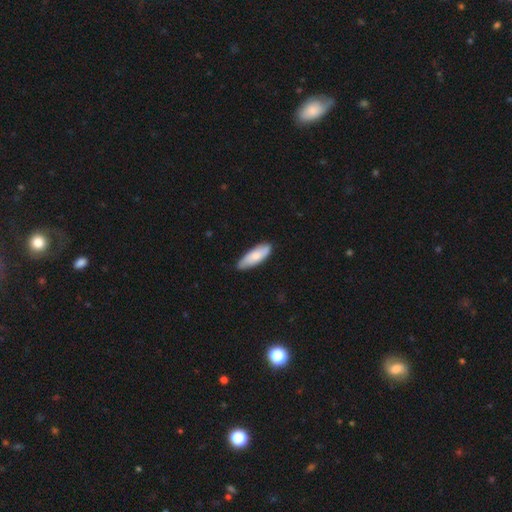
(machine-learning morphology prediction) A smooth galaxy with no disk features (75%) that is in between round and cigar-shaped (62%). Merging: none (83%).